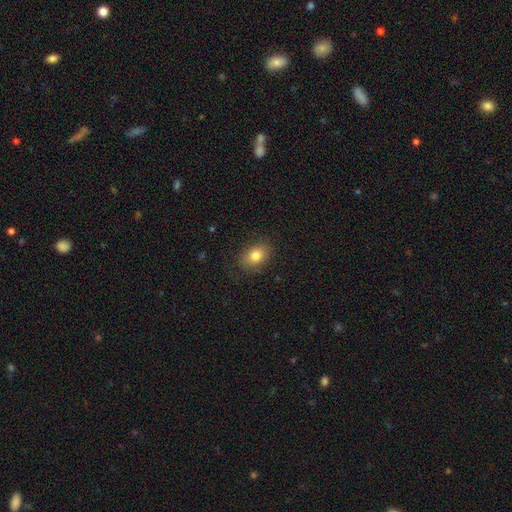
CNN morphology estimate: Smooth or featured? smooth (81%)
How rounded? in between (73%)
Merging? none (84%)